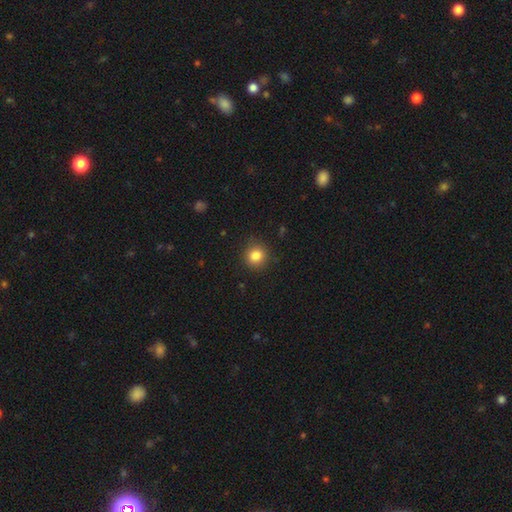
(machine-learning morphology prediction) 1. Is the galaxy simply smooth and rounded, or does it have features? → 84% smooth, 11% star or artifact, 5% featured or disk.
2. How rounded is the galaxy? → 89% round, 10% in between, 1% cigar-shaped.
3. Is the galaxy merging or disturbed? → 88% none, 8% minor disturbance, 2% major disturbance, 1% merger.